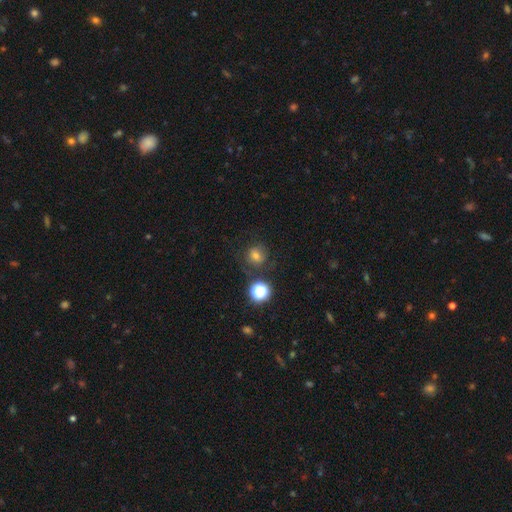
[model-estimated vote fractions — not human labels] This appears to be a smooth galaxy with no disk features (65%) that is round (85%). Merging: none (73%).